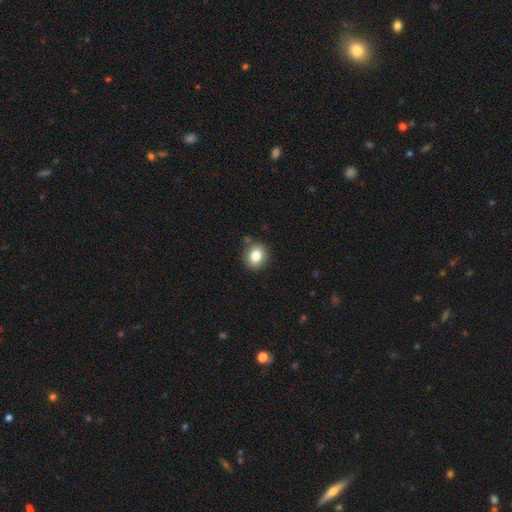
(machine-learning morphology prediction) Overall: smooth (82%). How rounded: round (71%). Merging: none (84%).